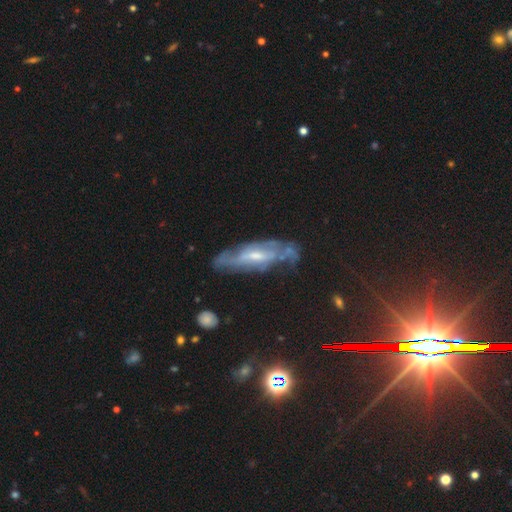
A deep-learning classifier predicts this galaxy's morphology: Smooth or featured?
  - featured or disk: 73% *
  - smooth: 16%
  - star or artifact: 10%
Edge-on disk?
  - no: 69% *
  - yes: 31%
Bar?
  - weak: 45% *
  - no: 37%
  - strong: 19%
Spiral arms?
  - yes: 78% *
  - no: 22%
Bulge size?
  - small: 48% *
  - moderate: 44%
  - none: 4%
  - large: 3%
  - dominant: 1%
Merging?
  - none: 62% *
  - minor disturbance: 23%
  - major disturbance: 11%
  - merger: 4%